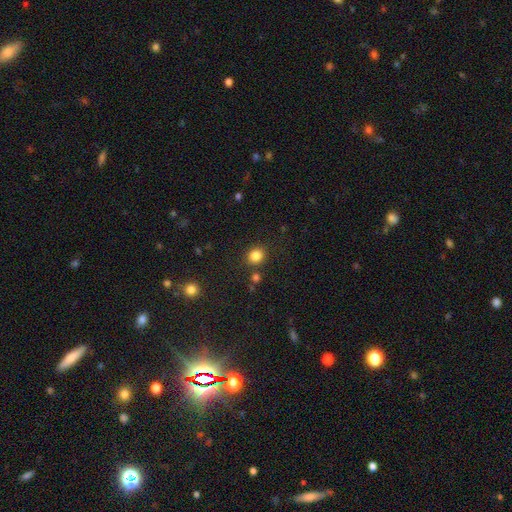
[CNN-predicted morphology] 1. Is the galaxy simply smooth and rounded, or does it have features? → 84% smooth, 12% star or artifact, 4% featured or disk.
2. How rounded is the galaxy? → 77% round, 22% in between, 1% cigar-shaped.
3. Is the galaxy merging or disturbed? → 84% none, 9% minor disturbance, 5% merger, 3% major disturbance.